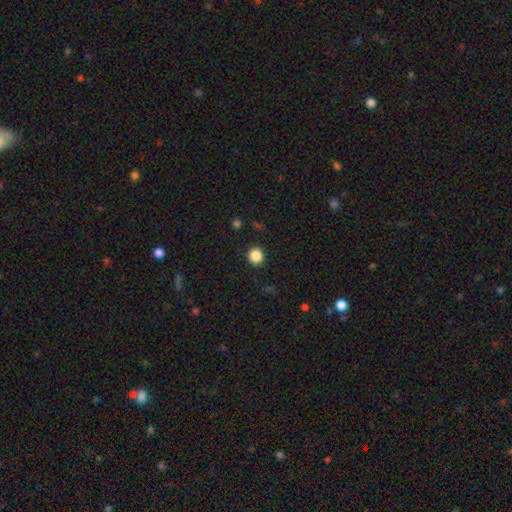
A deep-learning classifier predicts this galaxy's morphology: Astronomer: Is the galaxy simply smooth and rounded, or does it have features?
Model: smooth — 86%.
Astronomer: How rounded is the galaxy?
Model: round — 91%.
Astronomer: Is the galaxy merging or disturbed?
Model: none — 91%.